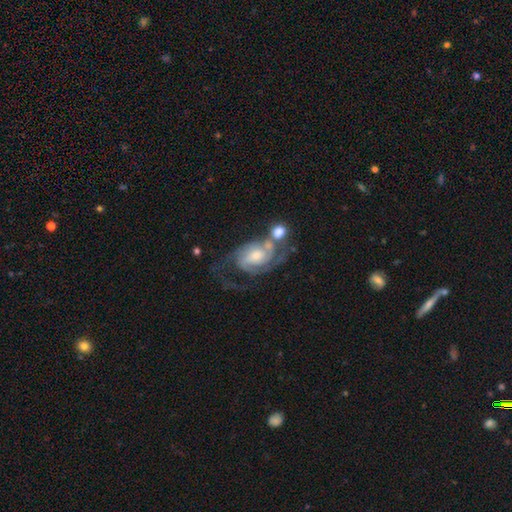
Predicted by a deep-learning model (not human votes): A featured or disk galaxy (81%) with no bar (61%), 2 (59%) tight (43%) spiral arms (94%) and a moderate central bulge (48%). Merging: merger (35%).